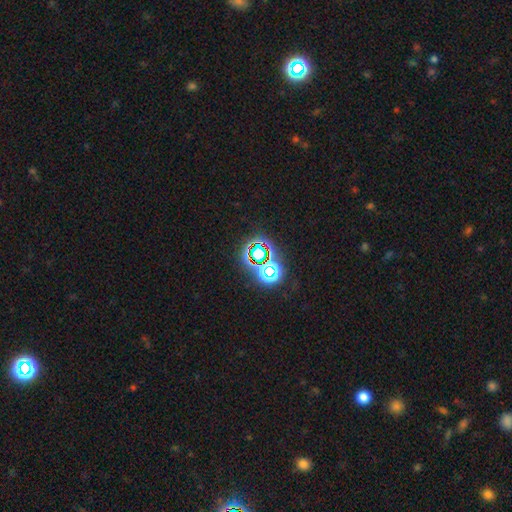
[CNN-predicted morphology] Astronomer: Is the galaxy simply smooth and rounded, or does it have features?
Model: star or artifact — 72%.